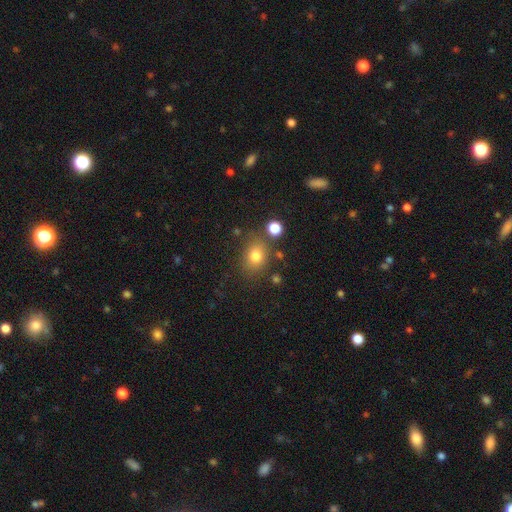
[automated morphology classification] smooth-or-featured: smooth: 79% | star or artifact: 13% | featured or disk: 9%
  how-rounded: in between: 57% | round: 42% | cigar-shaped: 1%
  merging: none: 76% | minor disturbance: 13% | merger: 7% | major disturbance: 4%